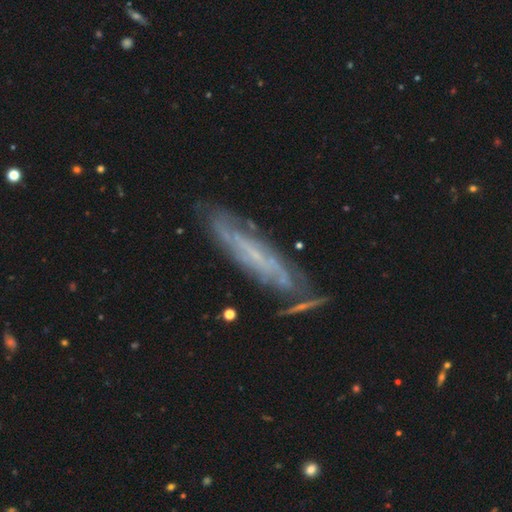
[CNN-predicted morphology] The model was most divided on "edge-on disk": no: 62%, yes: 38%. More confident: smooth or featured — featured or disk (74%); merging — none (65%).